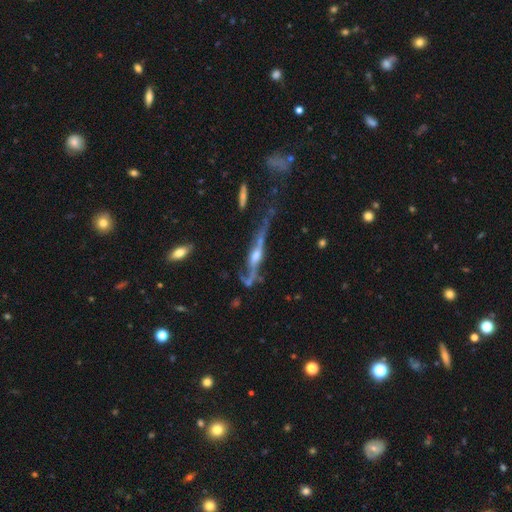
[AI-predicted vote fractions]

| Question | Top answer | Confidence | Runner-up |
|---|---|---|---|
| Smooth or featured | featured or disk | 77% | smooth (12%) |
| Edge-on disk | yes | 83% | no (17%) |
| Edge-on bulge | rounded | 87% | boxy (7%) |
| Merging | none | 40% | major disturbance (27%) |